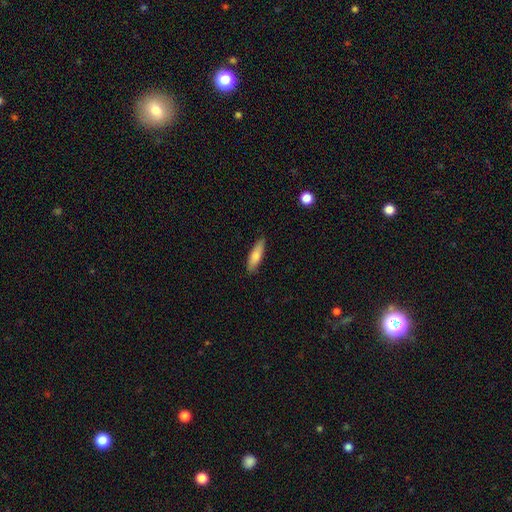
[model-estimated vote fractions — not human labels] Smooth or featured?
  - smooth: 76% *
  - featured or disk: 18%
  - star or artifact: 6%
How rounded?
  - cigar-shaped: 56% *
  - in between: 43%
  - round: 2%
Merging?
  - none: 85% *
  - minor disturbance: 12%
  - major disturbance: 2%
  - merger: 1%